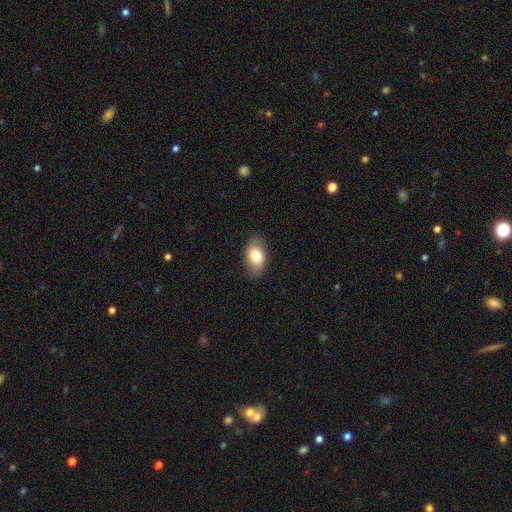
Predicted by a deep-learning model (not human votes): A smooth galaxy with no disk features (76%) that is in between round and cigar-shaped (91%).

Vote fractions:
- Smooth or featured? smooth: 76% / featured or disk: 17% / star or artifact: 7%
- How rounded? in between: 91% / round: 8% / cigar-shaped: 2%
- Merging? none: 83% / minor disturbance: 13% / major disturbance: 3% / merger: 1%